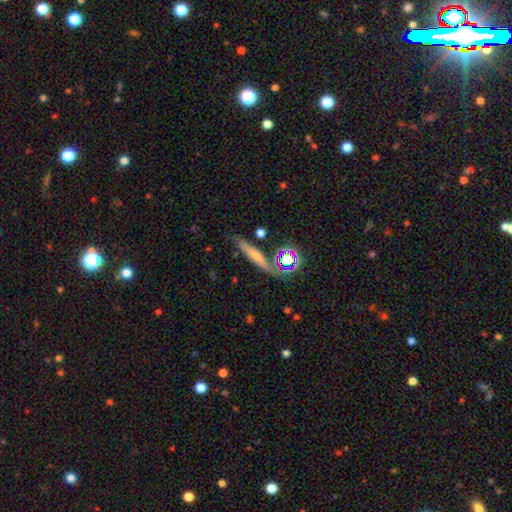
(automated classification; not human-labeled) Q: Smooth or featured?
A: smooth (60%); runner-up: featured or disk (26%)
Q: How rounded?
A: cigar-shaped (80%); runner-up: in between (12%)
Q: Merging?
A: none (74%); runner-up: minor disturbance (14%)